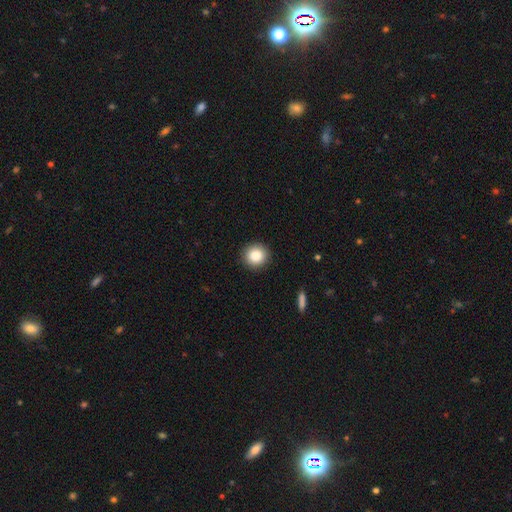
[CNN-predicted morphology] smooth 86%, star or artifact 9%, featured or disk 5%. Down the decision tree: how rounded — round (87%); merging — none (91%).